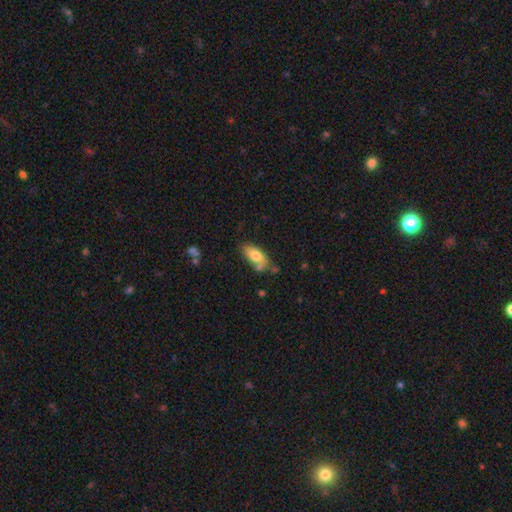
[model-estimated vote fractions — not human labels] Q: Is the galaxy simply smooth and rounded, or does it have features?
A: smooth — 74%.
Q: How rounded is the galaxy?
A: in between — 87%.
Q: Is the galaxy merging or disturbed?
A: none — 58%.